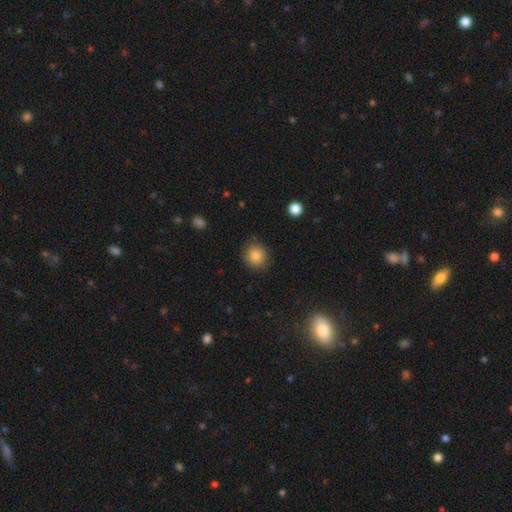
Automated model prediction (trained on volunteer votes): Smooth or featured: smooth — 85% (star or artifact — 9%)
How rounded: round — 87% (in between — 12%)
Merging: none — 86% (minor disturbance — 10%)